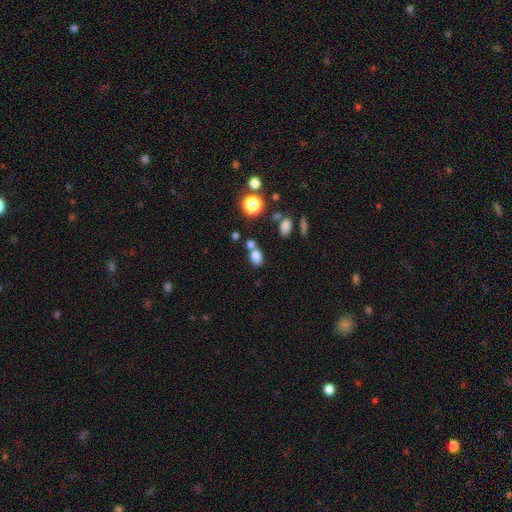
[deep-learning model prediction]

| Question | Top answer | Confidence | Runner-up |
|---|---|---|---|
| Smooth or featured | smooth | 77% | star or artifact (16%) |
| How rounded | in between | 62% | round (36%) |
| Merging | none | 57% | merger (27%) |